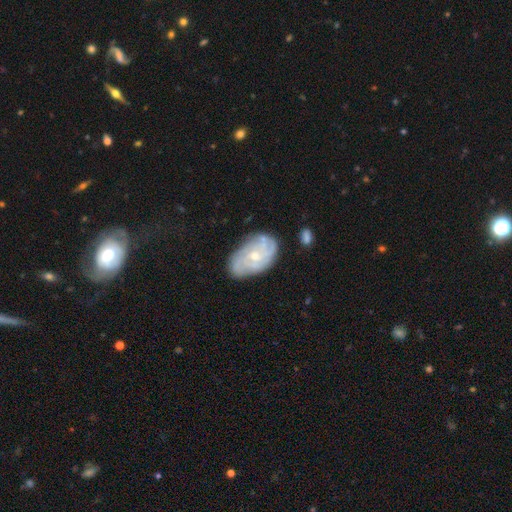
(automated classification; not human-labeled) featured or disk 72%, smooth 21%, star or artifact 7%. Down the decision tree: edge-on disk — no (95%); bar — no (76%); spiral arms — yes (86%); spiral arm count — can't tell (49%); spiral winding — tight (63%); bulge size — small (53%); merging — none (72%).